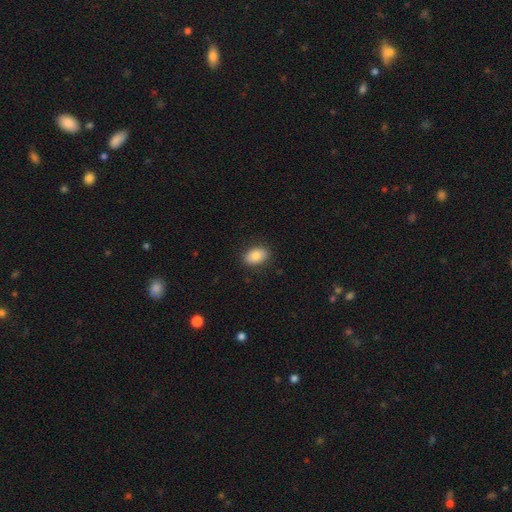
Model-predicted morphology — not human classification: smooth-or-featured: smooth: 83% | featured or disk: 9% | star or artifact: 8%
  how-rounded: in between: 82% | round: 17% | cigar-shaped: 1%
  merging: none: 87% | minor disturbance: 10% | major disturbance: 2% | merger: 1%